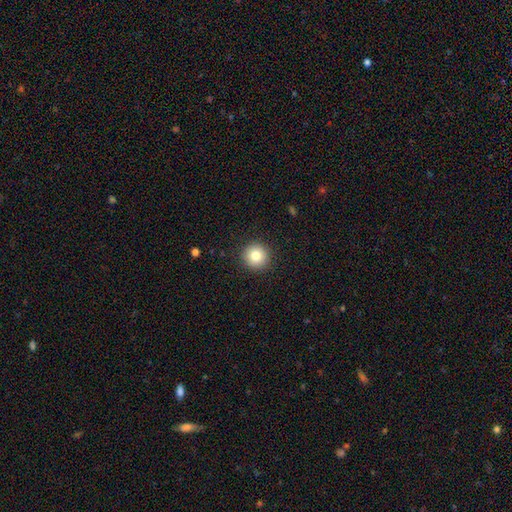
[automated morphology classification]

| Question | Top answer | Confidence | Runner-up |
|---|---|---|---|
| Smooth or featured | smooth | 81% | star or artifact (10%) |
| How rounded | round | 95% | in between (4%) |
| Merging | none | 91% | minor disturbance (6%) |